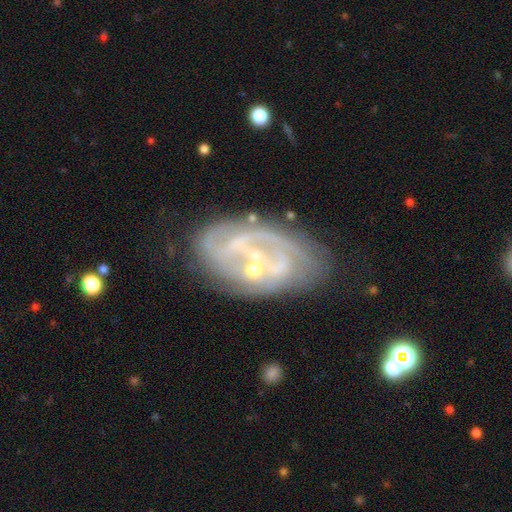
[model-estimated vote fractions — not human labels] Smooth or featured? Predicted: featured or disk (p=0.79). Edge-on disk? Predicted: no (p=0.95). Bar? Predicted: no (p=0.53). Spiral arms? Predicted: yes (p=0.82). Spiral winding? Predicted: tight (p=0.54). Spiral arm count? Predicted: can't tell (p=0.36). Bulge size? Predicted: small (p=0.65). Merging? Predicted: none (p=0.61).